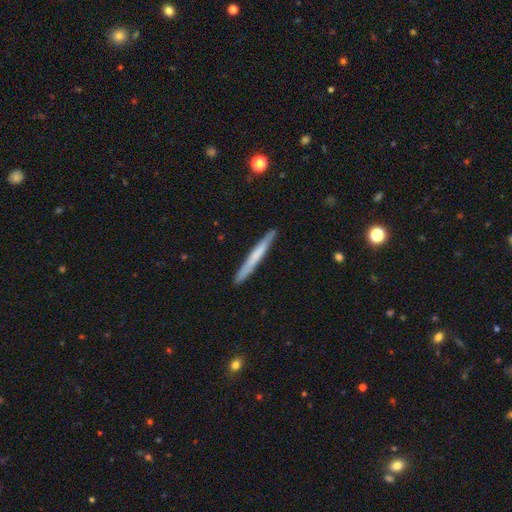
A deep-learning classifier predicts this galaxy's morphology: This is possibly a smooth galaxy (56%). How rounded: clearly cigar-shaped (97%). Merging: clearly none (90%).